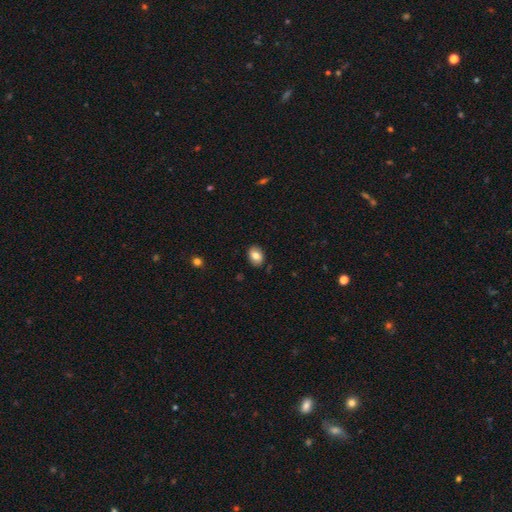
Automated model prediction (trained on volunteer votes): smooth-or-featured: smooth: 81% | featured or disk: 11% | star or artifact: 8%
  how-rounded: in between: 72% | round: 27% | cigar-shaped: 1%
  merging: none: 87% | minor disturbance: 10% | major disturbance: 2% | merger: 1%